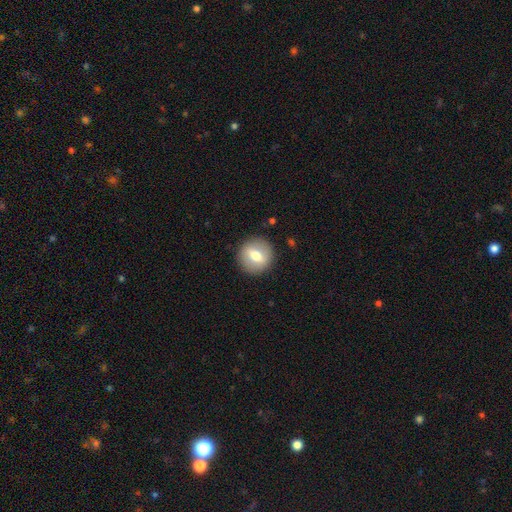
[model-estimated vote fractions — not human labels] Smooth or featured: smooth — 60% (featured or disk — 32%)
How rounded: round — 85% (in between — 14%)
Merging: none — 89% (minor disturbance — 8%)